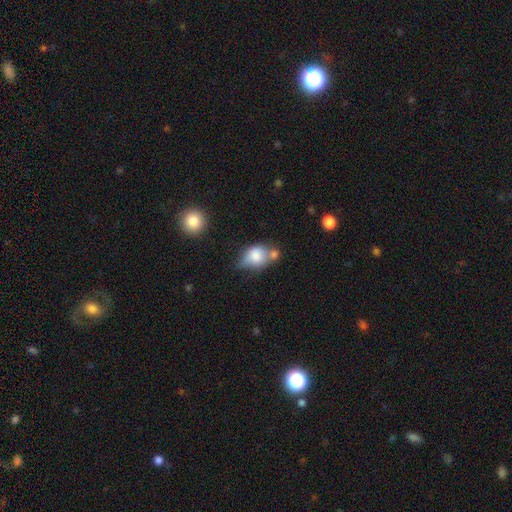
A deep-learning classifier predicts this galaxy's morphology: The model was most divided on "merging": merger: 32%, none: 29%, minor disturbance: 26%, major disturbance: 13%. More confident: smooth or featured — smooth (72%); how rounded — in between (66%).